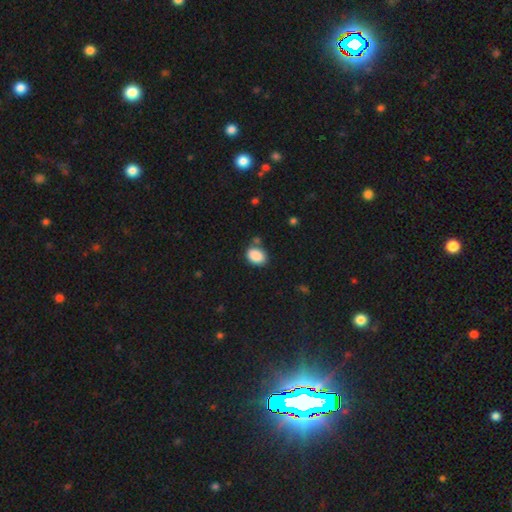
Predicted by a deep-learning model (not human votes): A smooth galaxy with no disk features (89%) that is in between round and cigar-shaped (72%).

Vote fractions:
- Smooth or featured? smooth: 89% / star or artifact: 8% / featured or disk: 3%
- How rounded? in between: 72% / round: 27% / cigar-shaped: 1%
- Merging? none: 73% / minor disturbance: 14% / merger: 9% / major disturbance: 4%